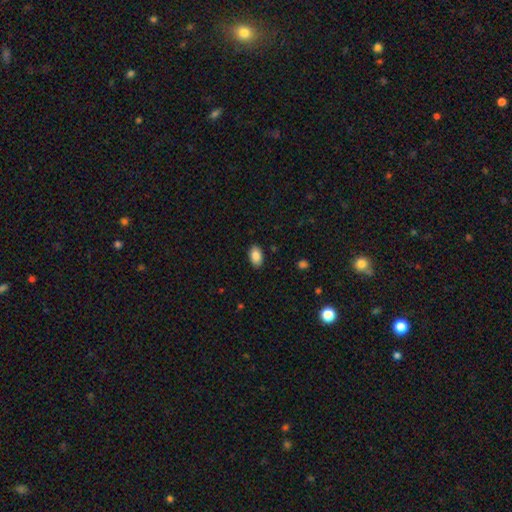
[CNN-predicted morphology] type=smooth (87%); roundness=in between (93%); merging=none (88%).